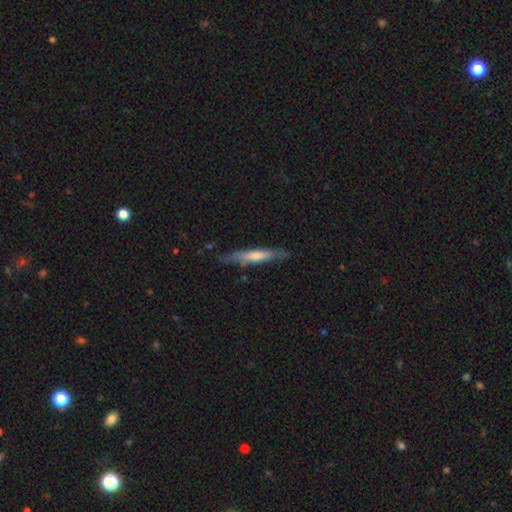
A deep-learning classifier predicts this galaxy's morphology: The model was most divided on "smooth or featured": smooth: 49%, featured or disk: 45%, star or artifact: 6%. More confident: merging — none (77%).